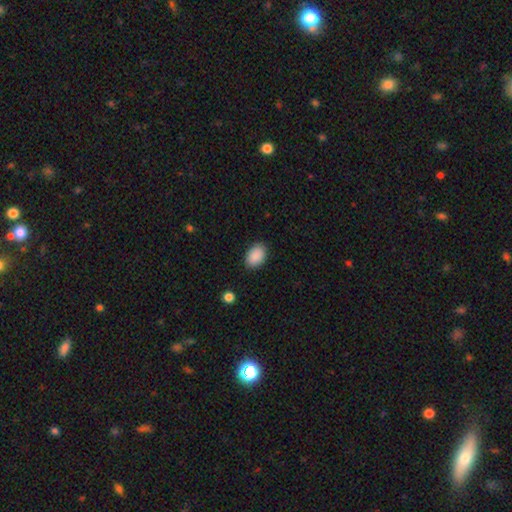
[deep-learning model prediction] Smooth or featured? smooth (90%)
How rounded? in between (84%)
Merging? none (86%)